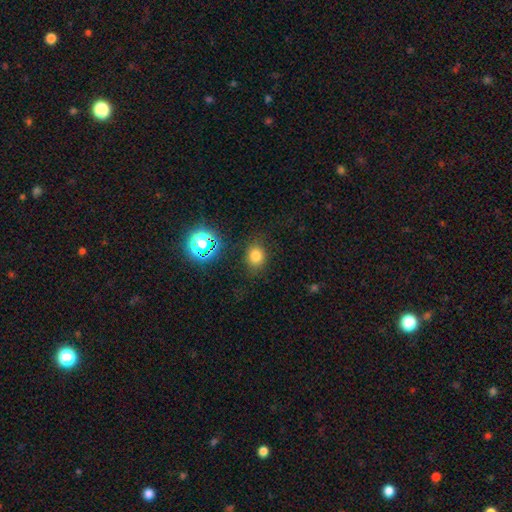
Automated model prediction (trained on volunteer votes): Smooth or featured: smooth — 75% (star or artifact — 18%)
How rounded: round — 63% (in between — 36%)
Merging: none — 82% (minor disturbance — 12%)